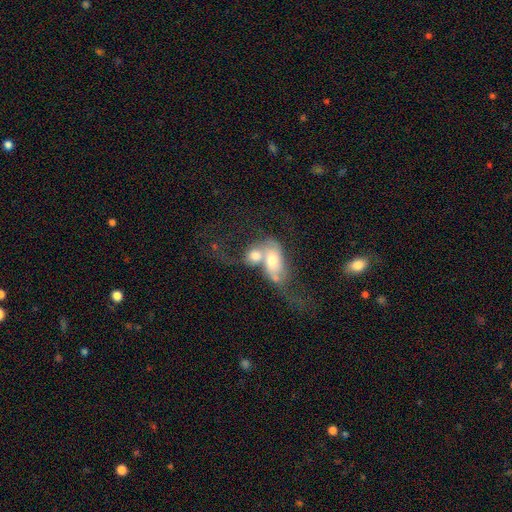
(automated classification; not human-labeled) smooth_or_featured: featured or disk (p=0.47) [alt: smooth p=0.45]
merging: merger (p=0.78) [alt: major disturbance p=0.09]